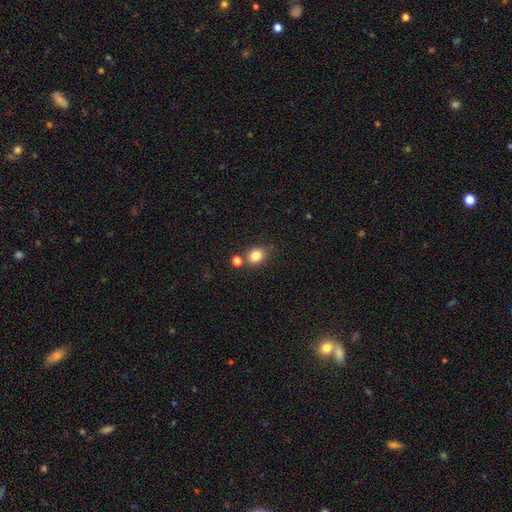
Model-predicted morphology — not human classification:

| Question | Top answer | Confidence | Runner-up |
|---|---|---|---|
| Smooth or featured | smooth | 81% | star or artifact (12%) |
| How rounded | round | 66% | in between (33%) |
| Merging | none | 72% | merger (13%) |